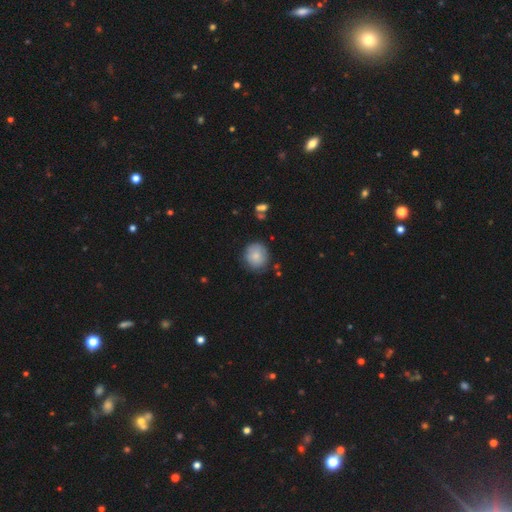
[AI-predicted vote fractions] Smooth or featured: smooth — 81% (featured or disk — 11%)
How rounded: round — 82% (in between — 17%)
Merging: none — 78% (minor disturbance — 17%)